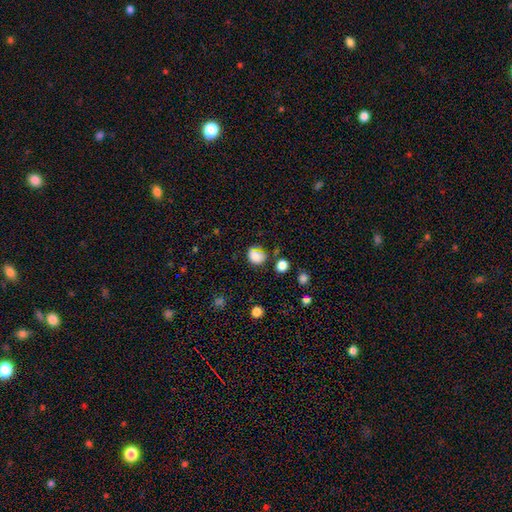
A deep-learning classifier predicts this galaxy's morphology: Smooth or featured? smooth (76%)
How rounded? round (76%)
Merging? none (69%)